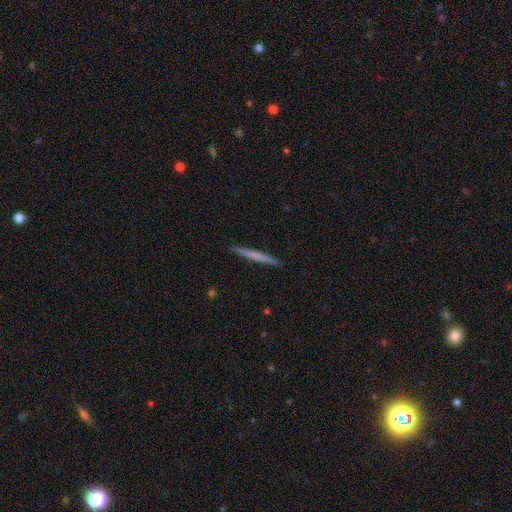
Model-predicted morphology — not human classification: This appears to be a smooth galaxy with no disk features (55%) that is cigar-shaped (97%). Merging: none (92%).